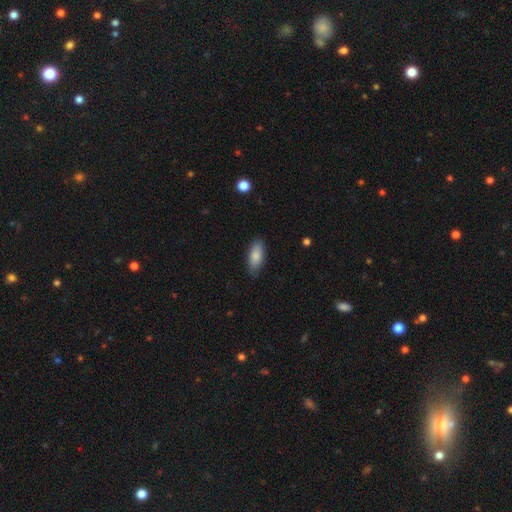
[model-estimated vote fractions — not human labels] This appears to be a smooth galaxy with no disk features (82%) that is in between round and cigar-shaped (84%). Merging: none (84%).